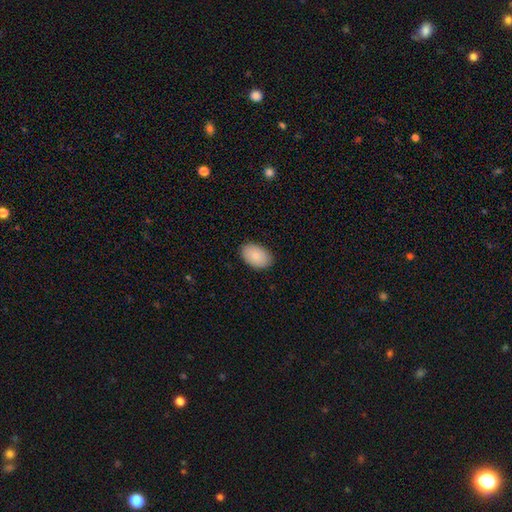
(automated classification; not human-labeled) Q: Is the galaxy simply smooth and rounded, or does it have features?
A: smooth — 84%.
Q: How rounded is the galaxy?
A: in between — 90%.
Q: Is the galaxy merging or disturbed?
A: none — 88%.